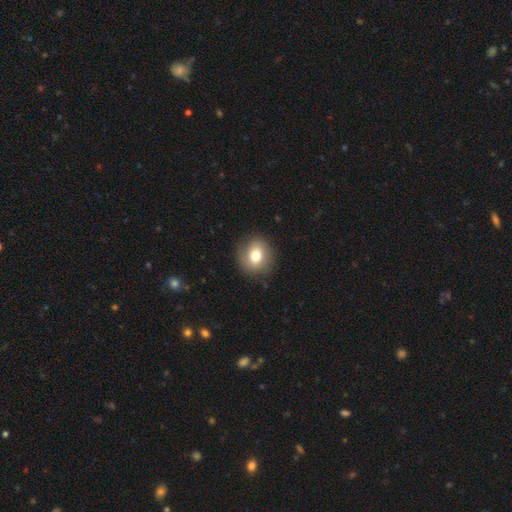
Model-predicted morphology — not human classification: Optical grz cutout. It shows a smooth galaxy with no disk features (73%) that is round (81%). Merging: none (85%).